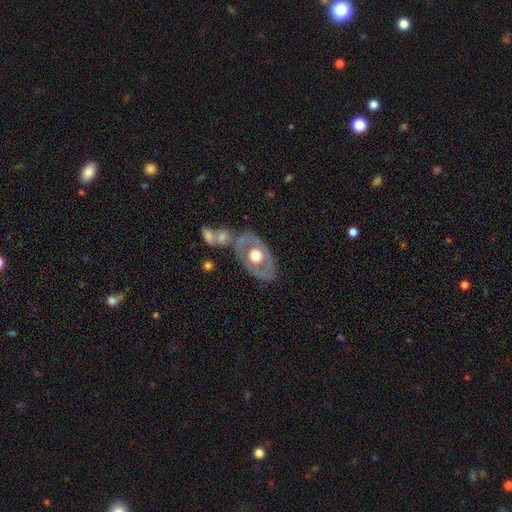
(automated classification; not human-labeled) Smooth or featured: featured or disk — 59% (smooth — 36%)
Edge-on disk: no — 90% (yes — 10%)
Bar: no — 90% (weak — 7%)
Spiral arms: no — 87% (yes — 13%)
Bulge size: moderate — 48% (large — 44%)
Merging: none — 65% (minor disturbance — 16%)